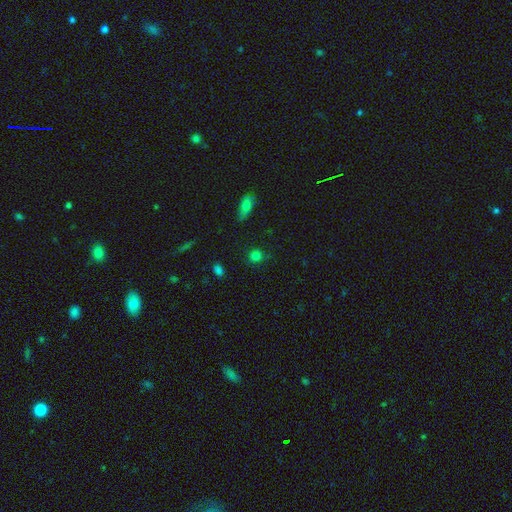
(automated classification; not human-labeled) Smooth or featured? Predicted: smooth (p=0.80). How rounded? Predicted: round (p=0.85). Merging? Predicted: none (p=0.80).